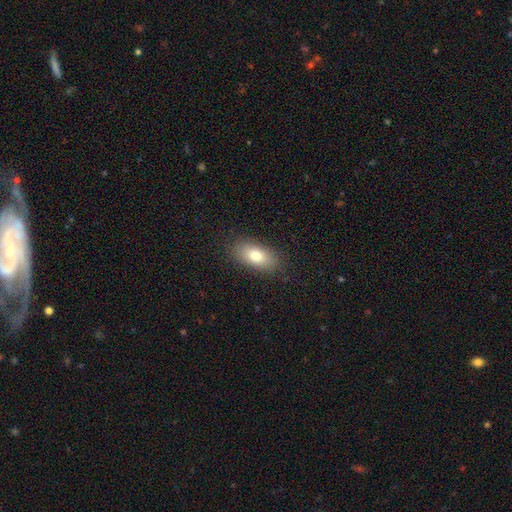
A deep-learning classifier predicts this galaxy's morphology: This is likely a smooth galaxy (79%). How rounded: clearly in between (89%). Merging: clearly none (85%).